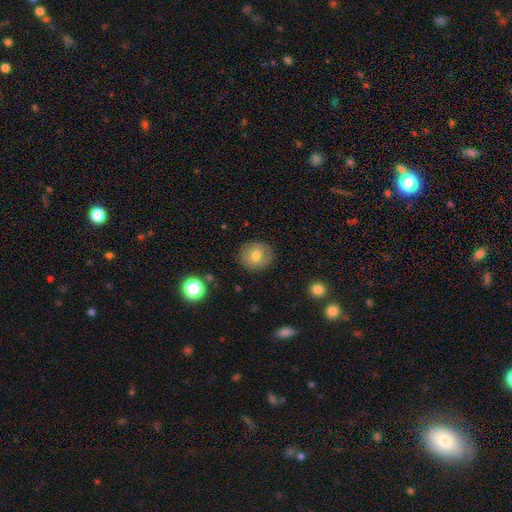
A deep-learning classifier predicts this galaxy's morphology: The model was most divided on "smooth or featured": smooth: 71%, featured or disk: 20%, star or artifact: 10%. More confident: merging — none (86%); how rounded — round (81%).